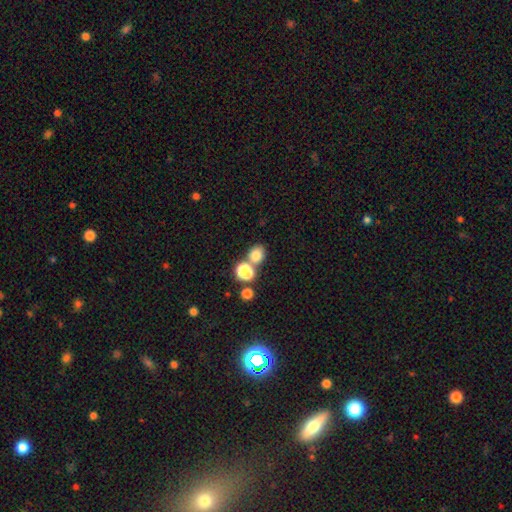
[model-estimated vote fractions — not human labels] smooth_or_featured: smooth (p=0.79) [alt: star or artifact p=0.13]
how_rounded: round (p=0.61) [alt: in between p=0.38]
merging: none (p=0.51) [alt: merger p=0.36]